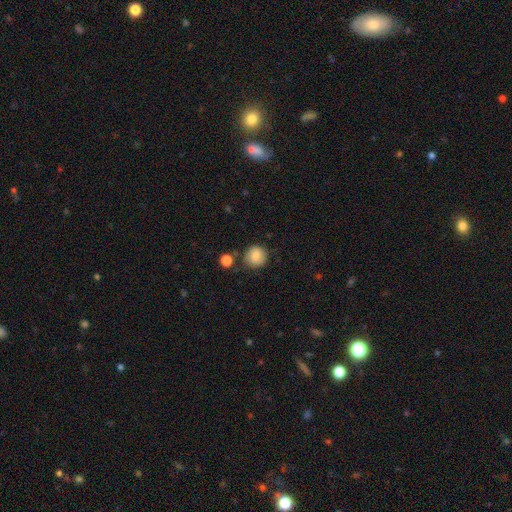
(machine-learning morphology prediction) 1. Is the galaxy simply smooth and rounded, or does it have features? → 82% smooth, 9% featured or disk, 9% star or artifact.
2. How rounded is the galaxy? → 91% round, 8% in between, 1% cigar-shaped.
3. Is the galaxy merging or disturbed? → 78% none, 13% minor disturbance, 5% merger, 4% major disturbance.